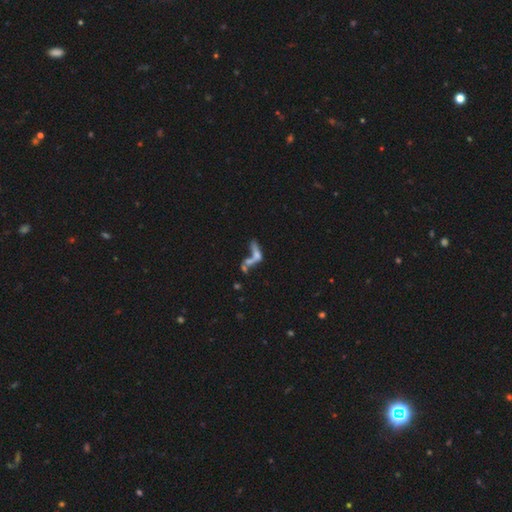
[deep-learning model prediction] Overall: smooth (42%; featured or disk 41%). Merging: merger (55%; major disturbance 20%).